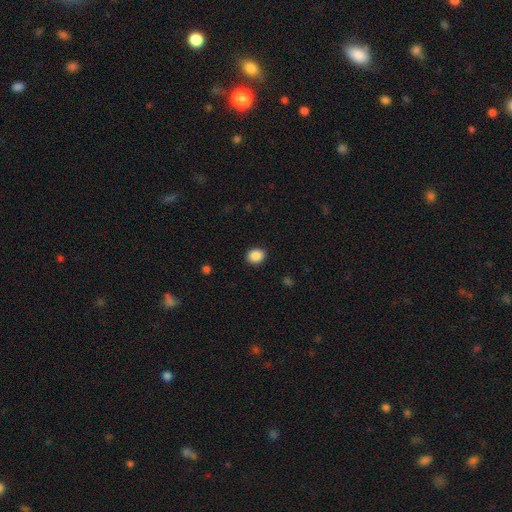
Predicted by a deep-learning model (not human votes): A smooth galaxy with no disk features (88%) that is round (62%). Merging: none (91%).